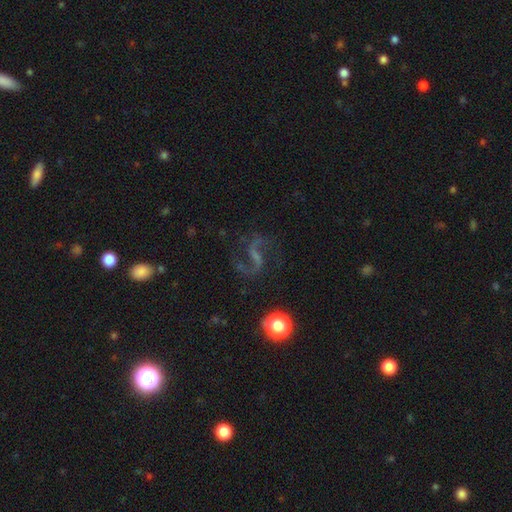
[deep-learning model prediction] Overall: featured or disk (81%). Edge-on disk: no (97%). Bar: weak (45%; strong 35%). Spiral arms: yes (96%). Spiral arm count: 2 (93%). Spiral winding: loose (56%; medium 36%). Bulge size: small (43%; none 38%). Merging: none (77%).